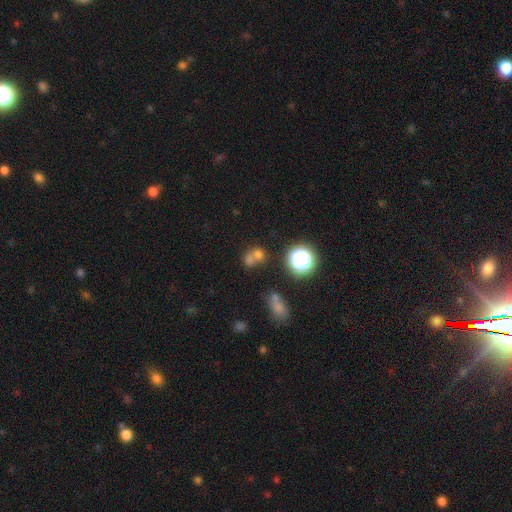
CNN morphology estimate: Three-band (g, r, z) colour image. It shows a smooth galaxy with no disk features (63%) that is round (71%). Merging: merger (48%).